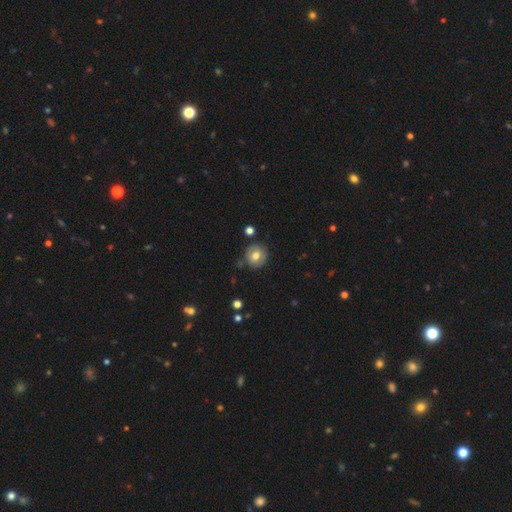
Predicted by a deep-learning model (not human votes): This is likely a smooth galaxy (66%). How rounded: clearly round (88%). Merging: clearly none (83%).